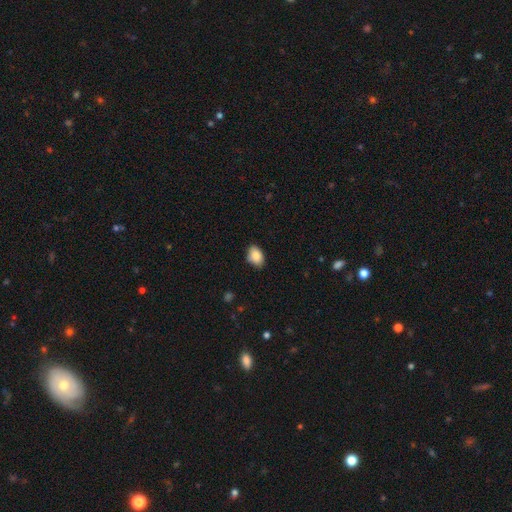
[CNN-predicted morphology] This appears to be a smooth galaxy with no disk features (87%) that is in between round and cigar-shaped (82%). Merging: none (78%).